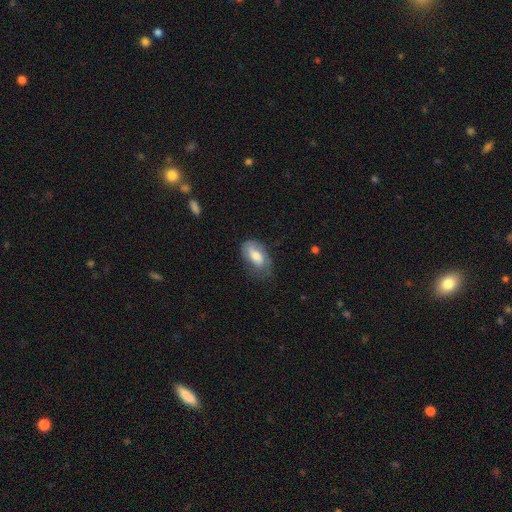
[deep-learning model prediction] smooth_or_featured: smooth (p=0.66) [alt: featured or disk p=0.28]
how_rounded: in between (p=0.91) [alt: round p=0.05]
merging: none (p=0.53) [alt: minor disturbance p=0.31]